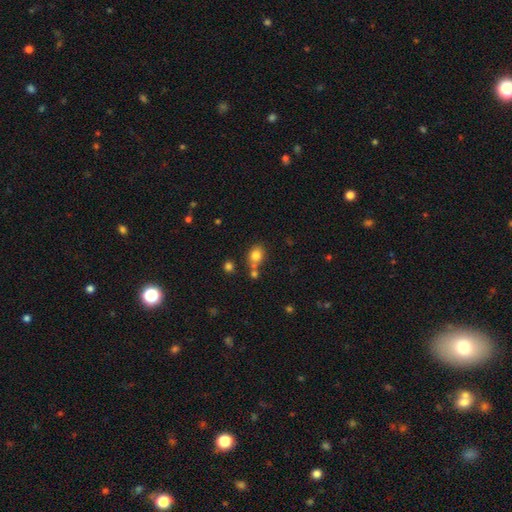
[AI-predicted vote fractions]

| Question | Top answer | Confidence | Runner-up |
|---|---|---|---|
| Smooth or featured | smooth | 80% | star or artifact (12%) |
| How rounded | round | 65% | in between (34%) |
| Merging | none | 61% | merger (23%) |